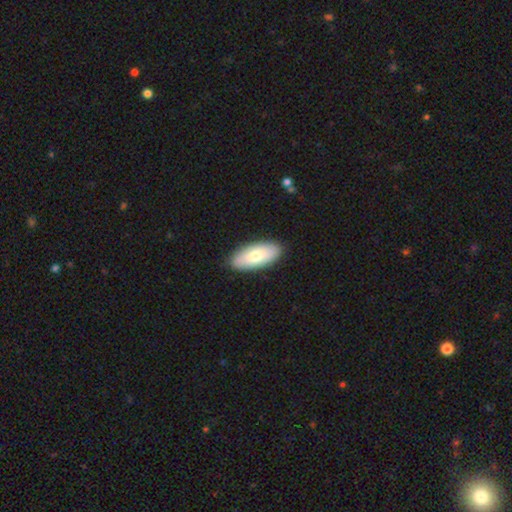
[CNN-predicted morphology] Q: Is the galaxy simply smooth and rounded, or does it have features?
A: smooth — 73%.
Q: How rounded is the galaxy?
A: in between — 88%.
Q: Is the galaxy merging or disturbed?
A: none — 89%.